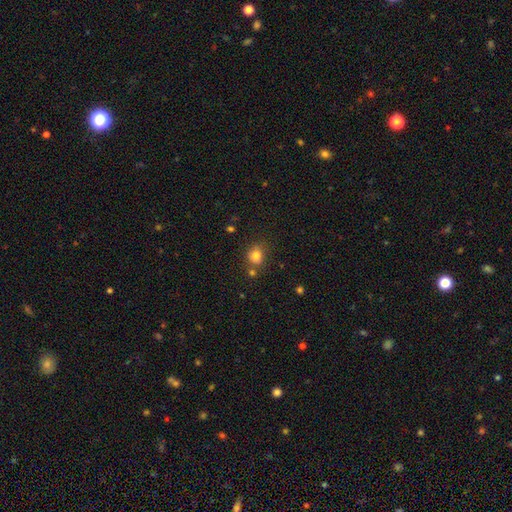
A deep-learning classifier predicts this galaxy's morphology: smooth 81%, star or artifact 12%, featured or disk 7%. Down the decision tree: how rounded — round (70%); merging — none (66%).